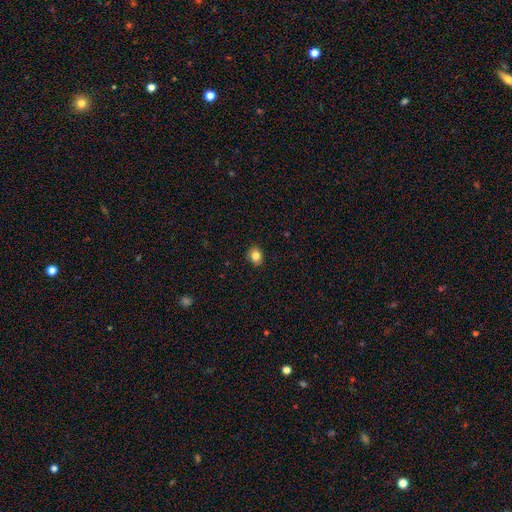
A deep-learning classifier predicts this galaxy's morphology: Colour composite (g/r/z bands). It shows a smooth galaxy with no disk features (83%) that is round (58%). Merging: none (89%).